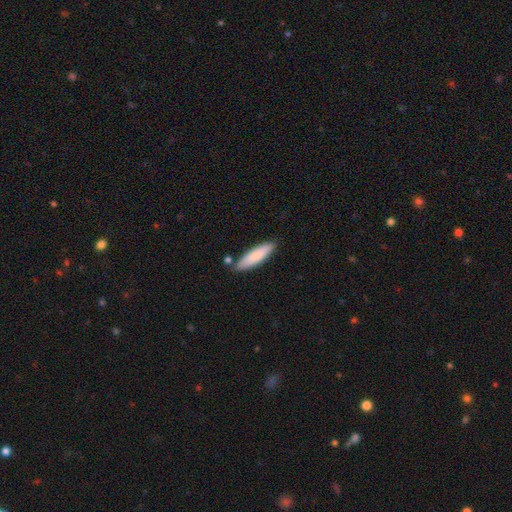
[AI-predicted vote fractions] Smooth or featured: smooth — 82% (featured or disk — 12%)
How rounded: cigar-shaped — 67% (in between — 31%)
Merging: none — 80% (minor disturbance — 12%)